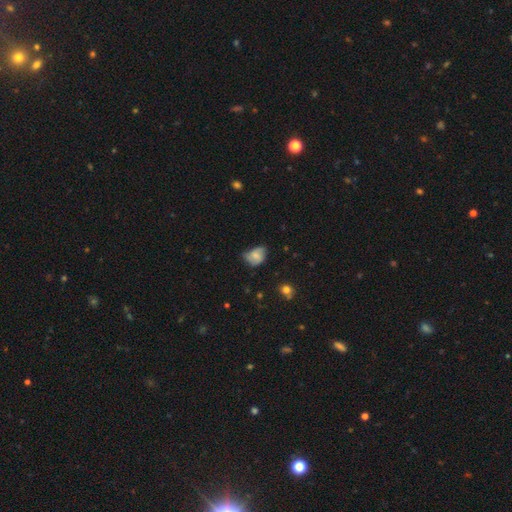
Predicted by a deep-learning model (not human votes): Smooth or featured: smooth — 64% (featured or disk — 27%)
How rounded: in between — 60% (round — 39%)
Merging: none — 43% (minor disturbance — 40%)